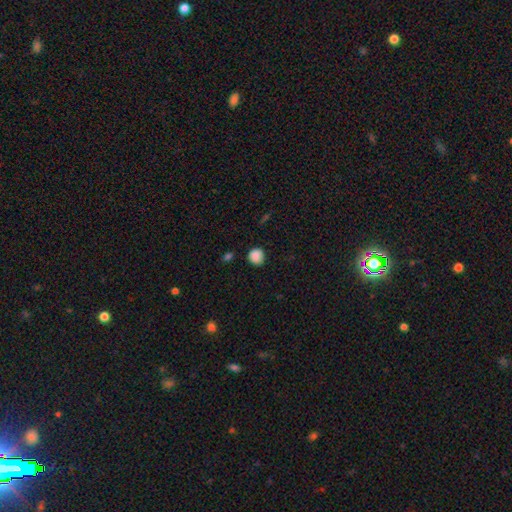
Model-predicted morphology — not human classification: A smooth galaxy with no disk features (88%) that is round (89%). Merging: none (87%).